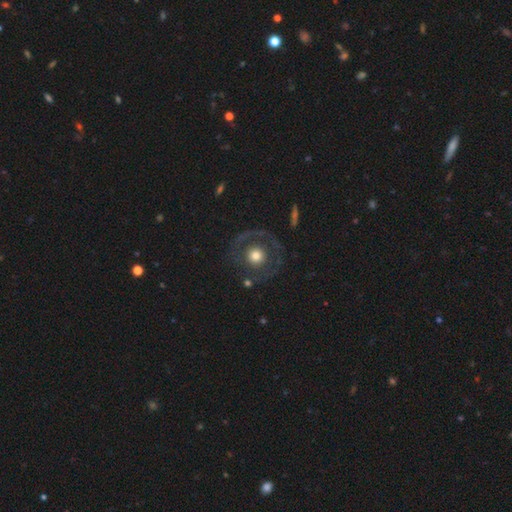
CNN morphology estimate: This appears to be a smooth galaxy with no disk features (52%) that is round (93%). Merging: none (74%).